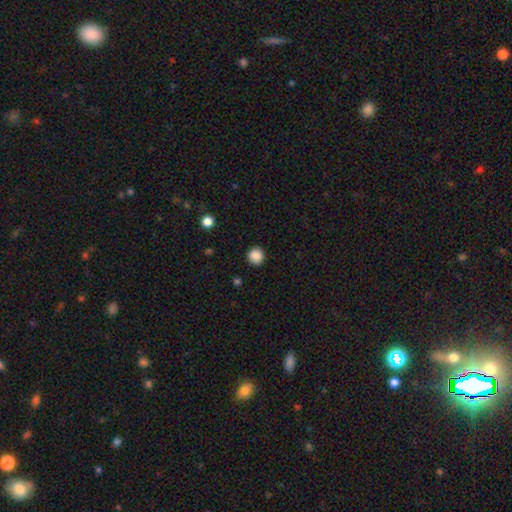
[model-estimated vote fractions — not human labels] Smooth or featured? Predicted: smooth (p=0.87). How rounded? Predicted: round (p=0.94). Merging? Predicted: none (p=0.91).